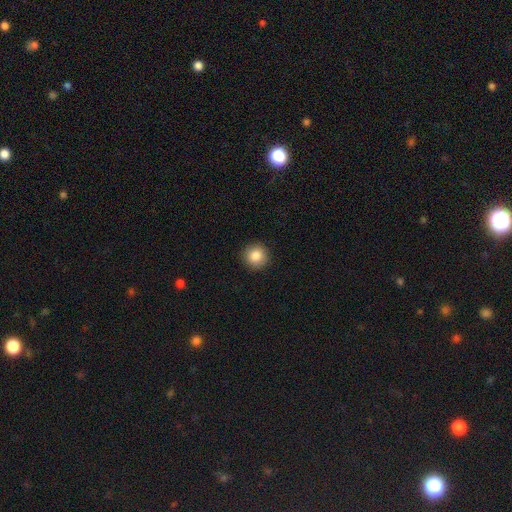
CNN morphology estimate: A smooth galaxy with no disk features (86%) that is round (94%).

Vote fractions:
- Smooth or featured? smooth: 86% / star or artifact: 9% / featured or disk: 5%
- How rounded? round: 94% / in between: 5% / cigar-shaped: 1%
- Merging? none: 92% / minor disturbance: 5% / major disturbance: 2% / merger: 1%